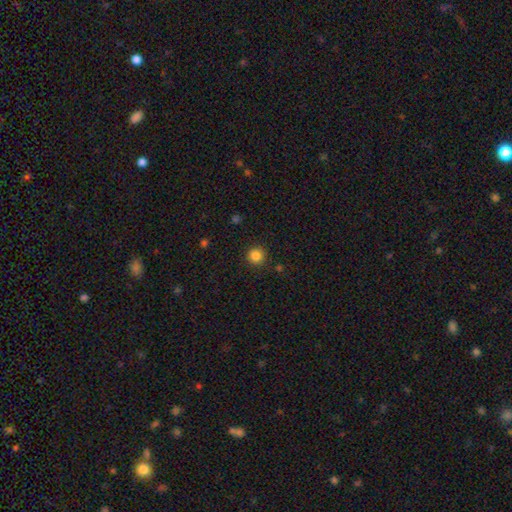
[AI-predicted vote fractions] smooth 84%, star or artifact 12%, featured or disk 4%. Down the decision tree: how rounded — round (95%); merging — none (91%).